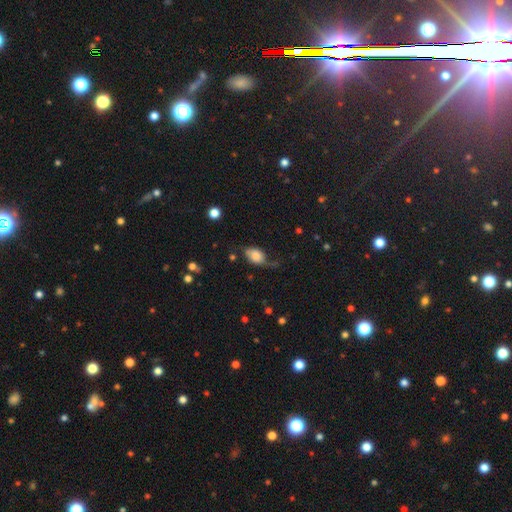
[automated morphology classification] Smooth or featured: smooth — 68% (featured or disk — 23%)
How rounded: in between — 83% (round — 15%)
Merging: none — 44% (minor disturbance — 34%)